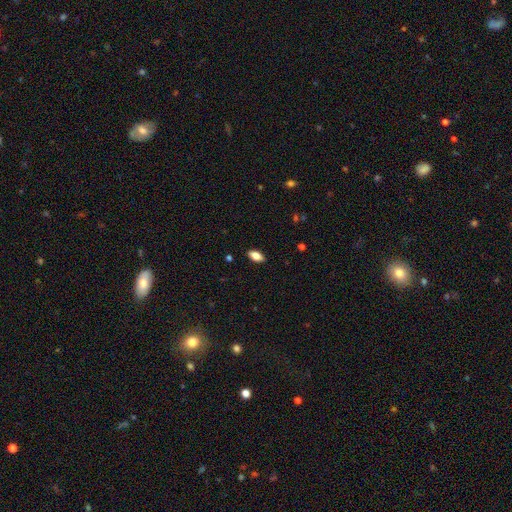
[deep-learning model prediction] Smooth or featured? Predicted: smooth (p=0.80). How rounded? Predicted: in between (p=0.89). Merging? Predicted: none (p=0.88).